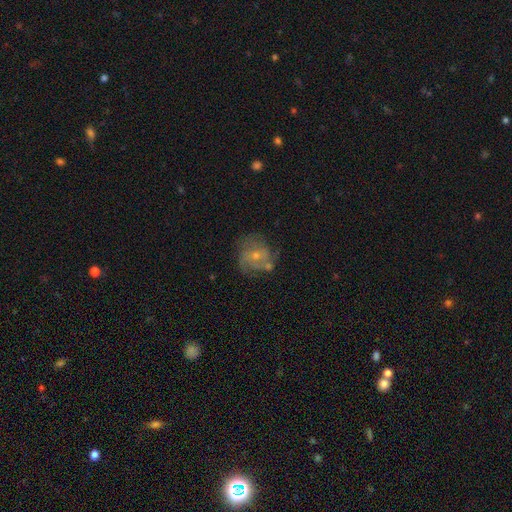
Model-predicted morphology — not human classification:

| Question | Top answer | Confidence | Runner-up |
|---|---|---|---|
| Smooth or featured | featured or disk | 64% | smooth (27%) |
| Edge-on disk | no | 98% | yes (2%) |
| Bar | no | 75% | weak (22%) |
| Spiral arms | yes | 76% | no (24%) |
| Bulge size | small | 55% | moderate (40%) |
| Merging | none | 54% | minor disturbance (23%) |